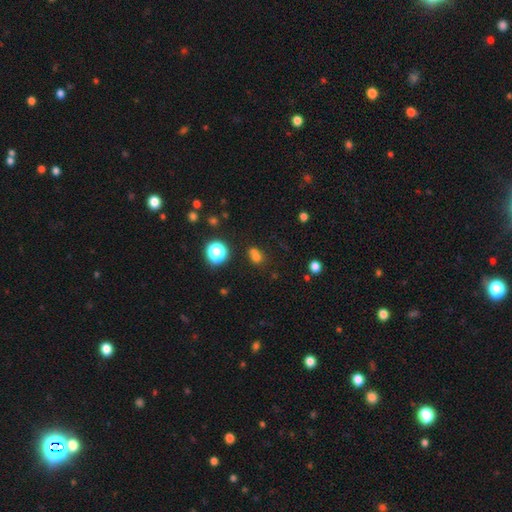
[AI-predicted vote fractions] Smooth or featured: smooth — 66% (star or artifact — 24%)
How rounded: round — 66% (in between — 33%)
Merging: none — 47% (merger — 37%)